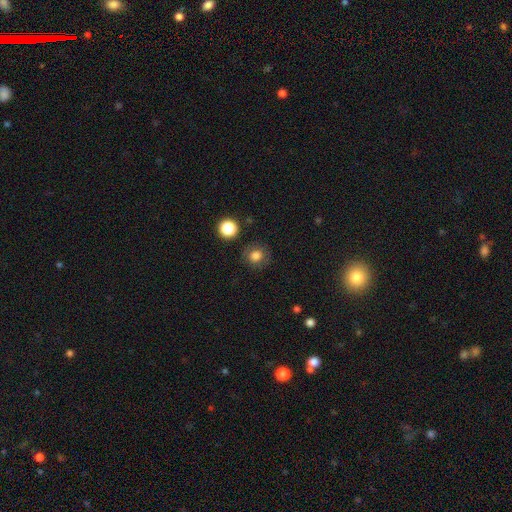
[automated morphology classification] Overall: smooth (75%). How rounded: round (85%). Merging: none (84%).